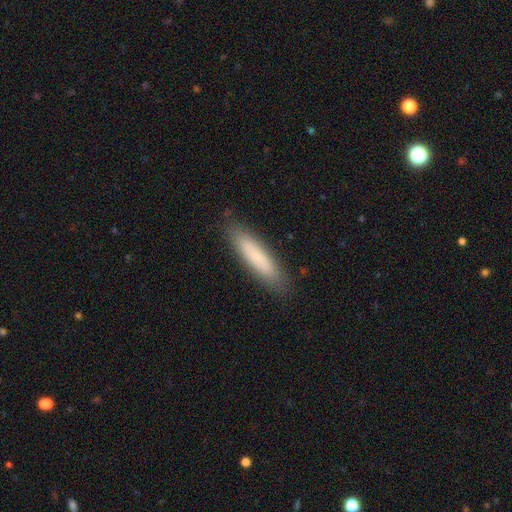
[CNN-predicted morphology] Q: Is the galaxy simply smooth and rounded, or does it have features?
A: smooth — 77%.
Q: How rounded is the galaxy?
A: cigar-shaped — 80%.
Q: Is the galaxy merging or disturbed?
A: none — 88%.